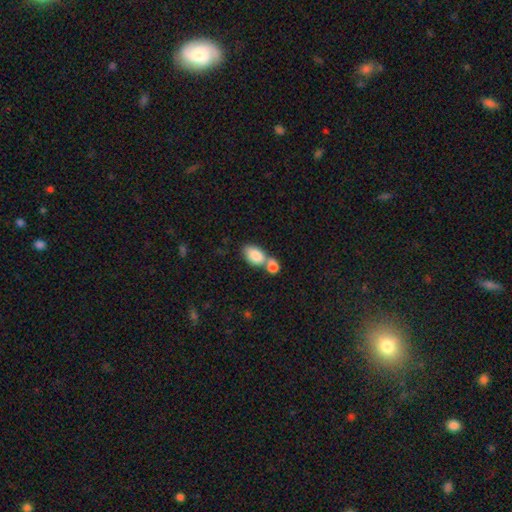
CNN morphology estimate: smooth 84%, featured or disk 9%, star or artifact 7%. Down the decision tree: how rounded — in between (91%); merging — merger (57%).